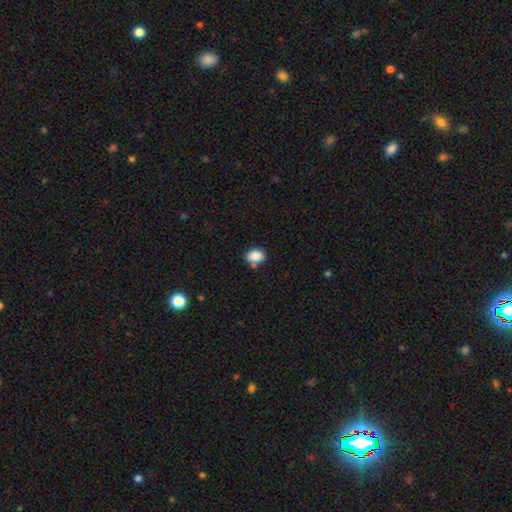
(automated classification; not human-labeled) This appears to be a smooth galaxy with no disk features (86%) that is in between round and cigar-shaped (66%). Merging: none (68%).